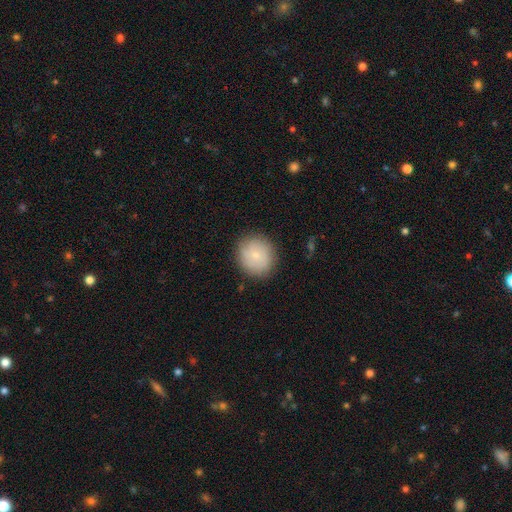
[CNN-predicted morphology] type=smooth (69%); roundness=round (85%); merging=none (84%).